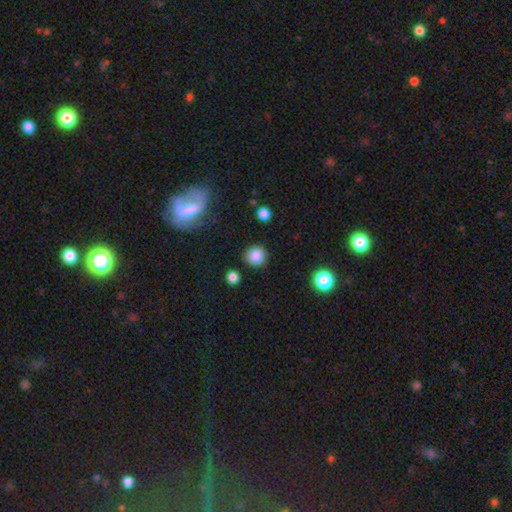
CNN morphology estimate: A smooth galaxy with no disk features (84%) that is round (90%).

Vote fractions:
- Smooth or featured? smooth: 84% / star or artifact: 11% / featured or disk: 5%
- How rounded? round: 90% / in between: 8% / cigar-shaped: 1%
- Merging? none: 85% / minor disturbance: 9% / major disturbance: 3% / merger: 3%